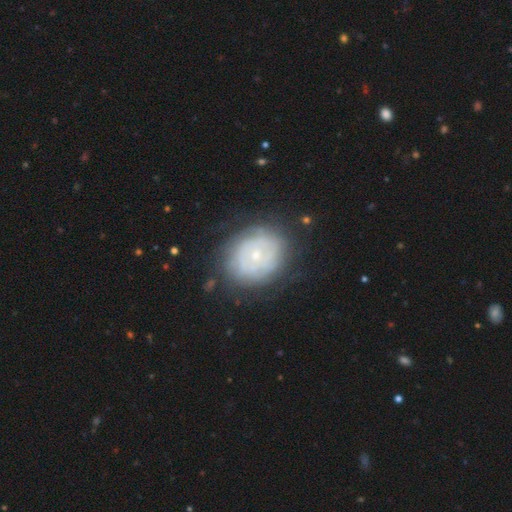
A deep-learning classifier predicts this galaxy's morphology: Smooth or featured? featured or disk (61%)
Edge-on disk? no (97%)
Bar? no (84%)
Spiral arms? yes (60%)
Bulge size? small (74%)
Merging? none (74%)